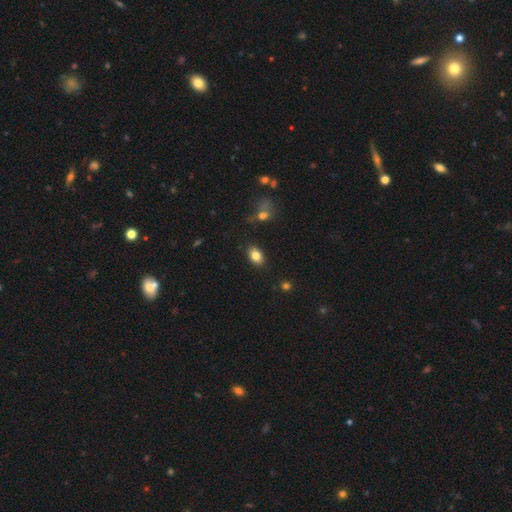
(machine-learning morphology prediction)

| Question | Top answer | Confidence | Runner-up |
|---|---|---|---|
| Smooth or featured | smooth | 82% | star or artifact (9%) |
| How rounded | in between | 83% | round (15%) |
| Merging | none | 85% | minor disturbance (10%) |